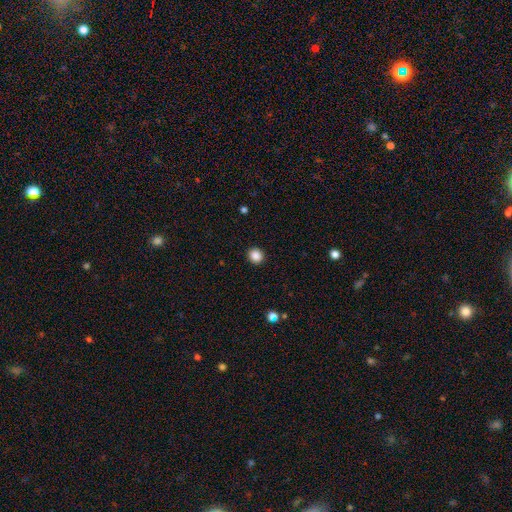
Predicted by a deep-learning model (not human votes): Smooth or featured? smooth (87%)
How rounded? round (87%)
Merging? none (92%)